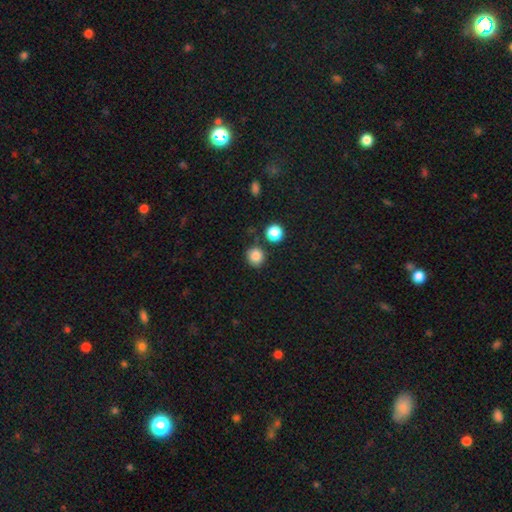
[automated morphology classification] A smooth galaxy with no disk features (85%) that is round (89%).

Vote fractions:
- Smooth or featured? smooth: 85% / star or artifact: 11% / featured or disk: 4%
- How rounded? round: 89% / in between: 10% / cigar-shaped: 1%
- Merging? none: 81% / minor disturbance: 10% / merger: 6% / major disturbance: 3%